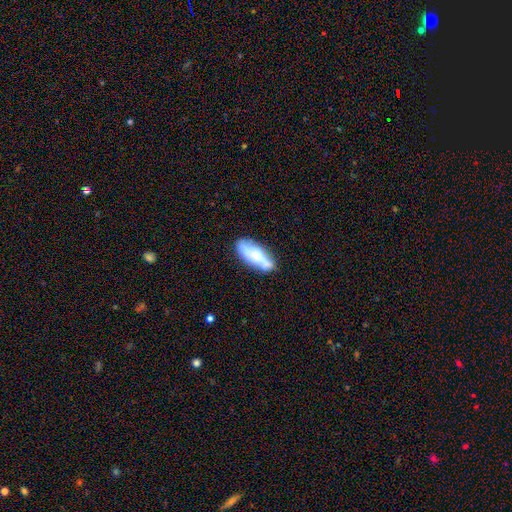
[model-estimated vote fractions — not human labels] smooth 52%, featured or disk 42%, star or artifact 6%. Down the decision tree: how rounded — in between (67%); merging — none (74%).